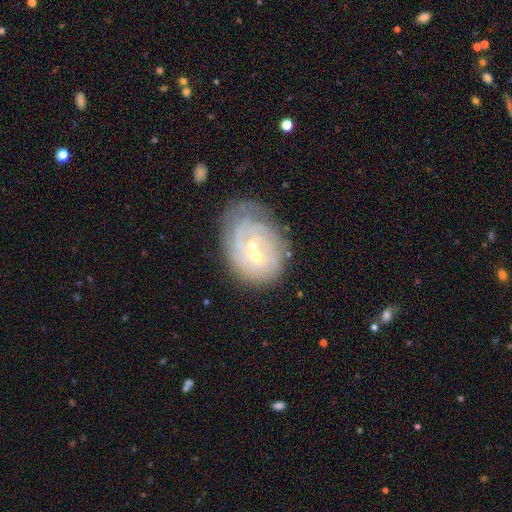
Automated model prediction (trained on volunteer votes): This is likely a featured or disk galaxy (74%). It is clearly not viewed edge-on (97%). Bar: likely no (73%). Spiral arm pattern: clearly yes (83%). Spiral arm count: possibly can't tell (45%). Spiral winding: likely tight (69%). Central bulge: possibly small (58%). Merging: possibly none (49%).